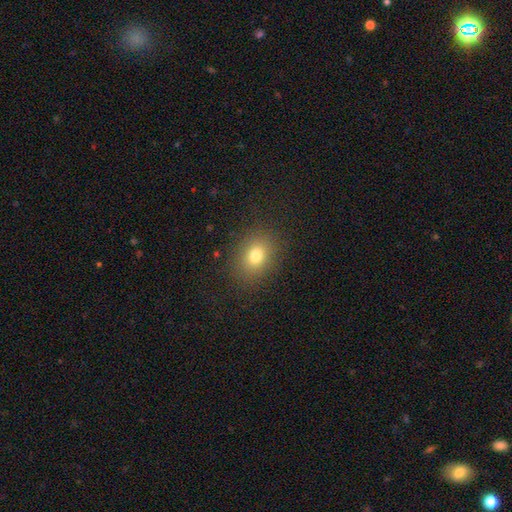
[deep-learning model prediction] This appears to be a smooth galaxy with no disk features (77%) that is in between round and cigar-shaped (53%). Merging: none (86%).